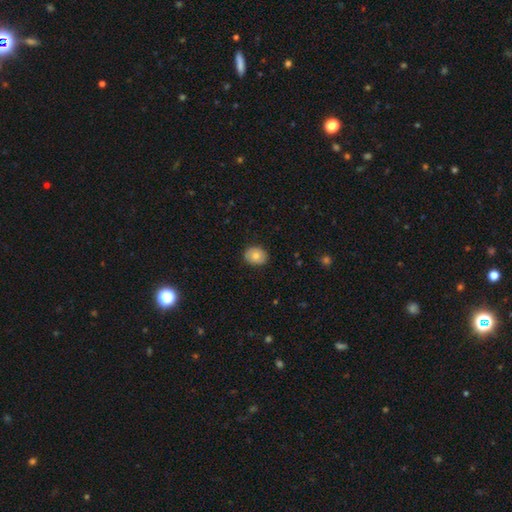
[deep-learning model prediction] smooth_or_featured: smooth (p=0.77) [alt: featured or disk p=0.15]
how_rounded: round (p=0.60) [alt: in between p=0.39]
merging: none (p=0.87) [alt: minor disturbance p=0.10]